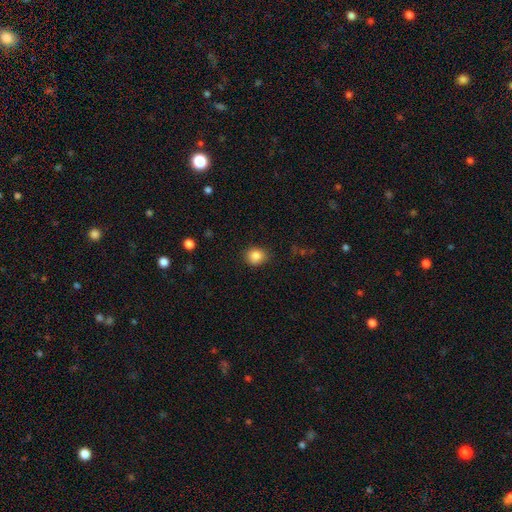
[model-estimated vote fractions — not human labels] smooth-or-featured: smooth: 86% | star or artifact: 10% | featured or disk: 4%
  how-rounded: round: 76% | in between: 23% | cigar-shaped: 1%
  merging: none: 85% | minor disturbance: 11% | major disturbance: 3% | merger: 1%